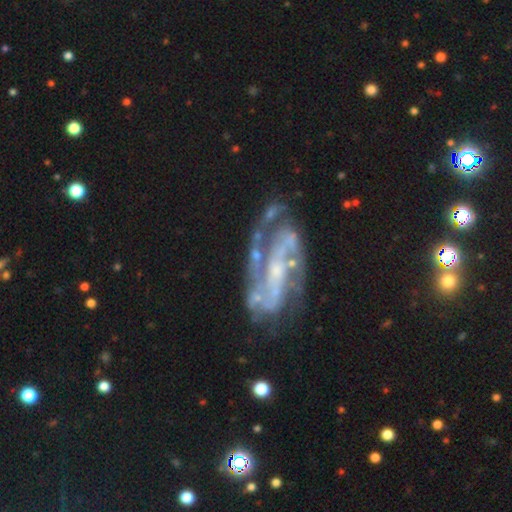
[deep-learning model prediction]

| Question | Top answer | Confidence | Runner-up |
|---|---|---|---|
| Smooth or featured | featured or disk | 89% | smooth (6%) |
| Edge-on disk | no | 96% | yes (4%) |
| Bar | no | 40% | weak (35%) |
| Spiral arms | yes | 94% | no (6%) |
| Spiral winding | medium | 49% | tight (32%) |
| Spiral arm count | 2 | 71% | can't tell (11%) |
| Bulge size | small | 57% | moderate (27%) |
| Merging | none | 58% | minor disturbance (21%) |